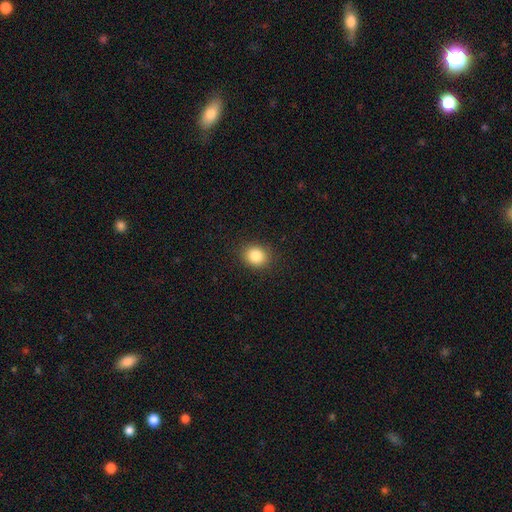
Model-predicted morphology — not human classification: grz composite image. It shows a smooth galaxy with no disk features (84%) that is round (68%). Merging: none (89%).